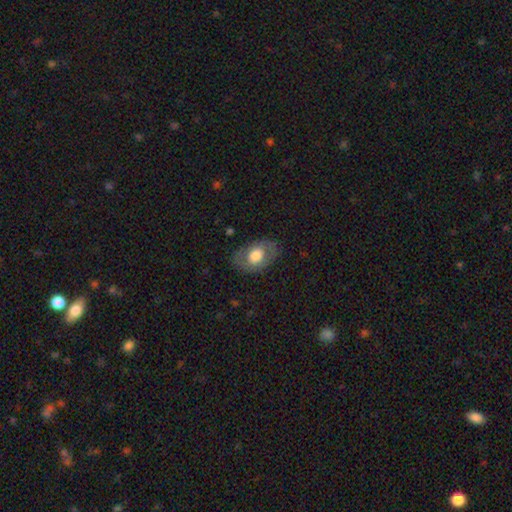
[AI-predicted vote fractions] A smooth galaxy with no disk features (59%) that is in between round and cigar-shaped (82%).

Vote fractions:
- Smooth or featured? smooth: 59% / featured or disk: 34% / star or artifact: 7%
- How rounded? in between: 82% / round: 16% / cigar-shaped: 1%
- Merging? none: 76% / minor disturbance: 16% / major disturbance: 7% / merger: 1%